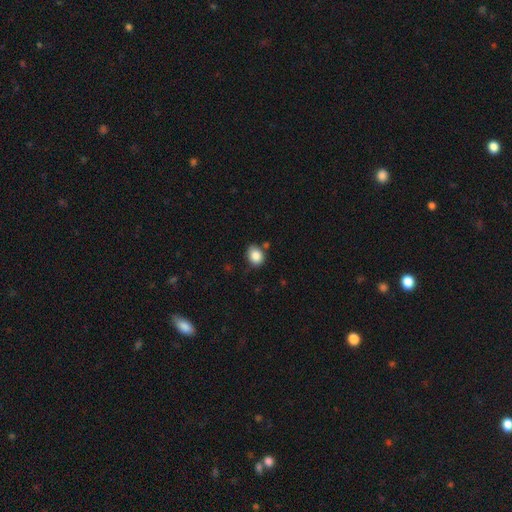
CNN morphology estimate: Smooth or featured?
  - smooth: 85% *
  - star or artifact: 9%
  - featured or disk: 5%
How rounded?
  - round: 57% *
  - in between: 42%
  - cigar-shaped: 1%
Merging?
  - none: 74% *
  - minor disturbance: 17%
  - merger: 5%
  - major disturbance: 4%